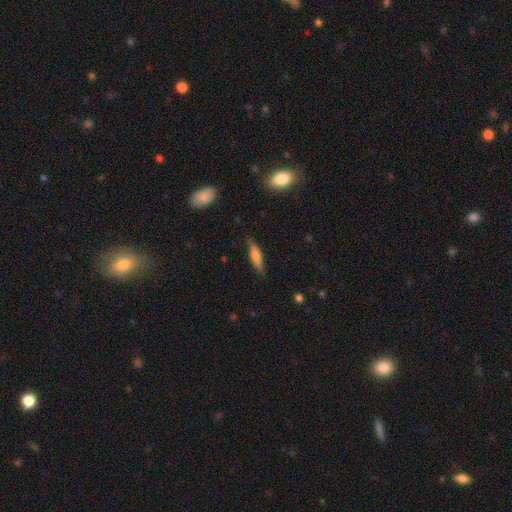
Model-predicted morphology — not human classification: This appears to be a smooth galaxy with no disk features (64%) that is cigar-shaped (72%). Merging: none (81%).